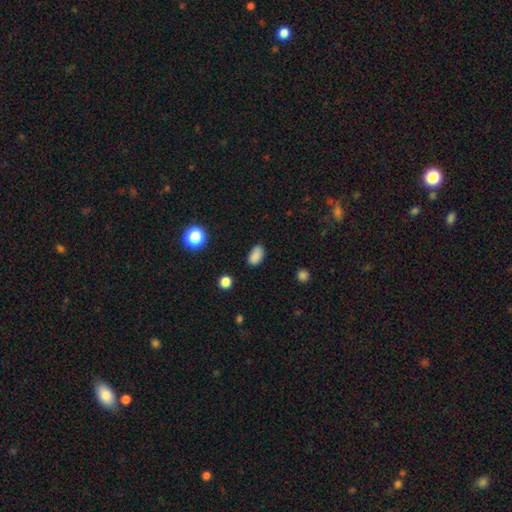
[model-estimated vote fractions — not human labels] smooth 85%, star or artifact 11%, featured or disk 4%. Down the decision tree: how rounded — in between (88%); merging — none (79%).